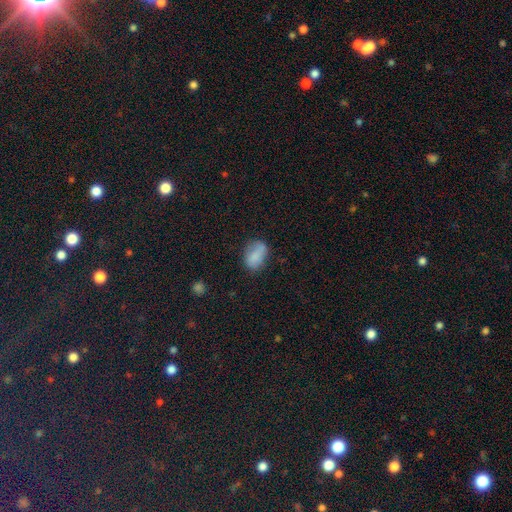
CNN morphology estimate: Smooth or featured? smooth (80%)
How rounded? in between (84%)
Merging? none (59%)